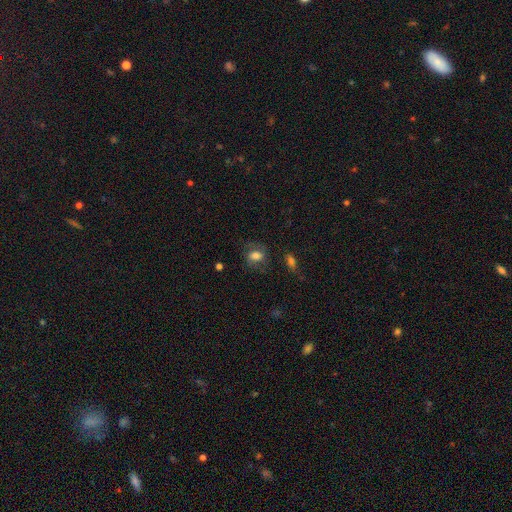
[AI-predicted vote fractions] Smooth or featured?
  - smooth: 63% *
  - featured or disk: 27%
  - star or artifact: 10%
How rounded?
  - in between: 68% *
  - round: 30%
  - cigar-shaped: 2%
Merging?
  - none: 63% *
  - minor disturbance: 20%
  - major disturbance: 14%
  - merger: 3%